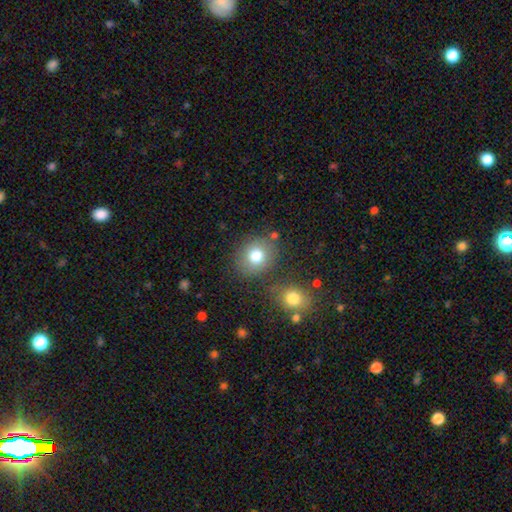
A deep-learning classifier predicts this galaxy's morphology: smooth-or-featured: smooth: 78% | star or artifact: 11% | featured or disk: 11%
  how-rounded: round: 69% | in between: 30% | cigar-shaped: 1%
  merging: none: 77% | minor disturbance: 11% | merger: 9% | major disturbance: 4%